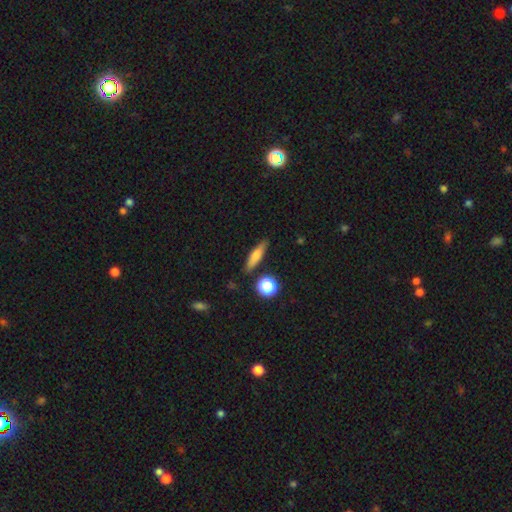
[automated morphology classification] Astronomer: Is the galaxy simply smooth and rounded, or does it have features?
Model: smooth — 66%.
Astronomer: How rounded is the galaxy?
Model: cigar-shaped — 71%.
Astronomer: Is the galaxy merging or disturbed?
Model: none — 85%.